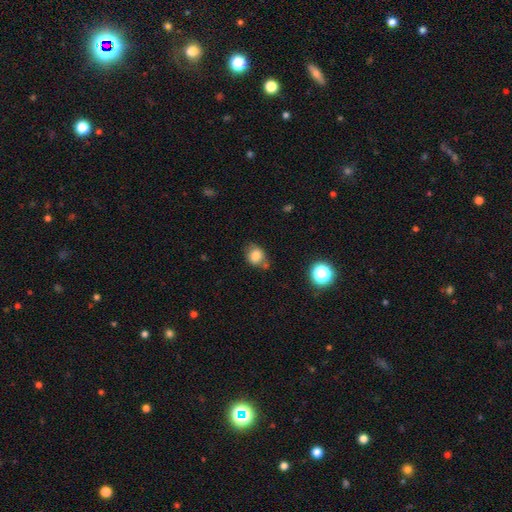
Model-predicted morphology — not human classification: The model was most divided on "how rounded": round: 61%, in between: 38%, cigar-shaped: 1%. More confident: smooth or featured — smooth (80%); merging — none (58%).